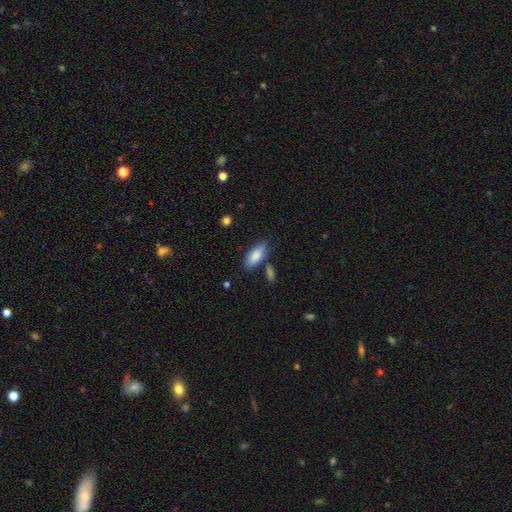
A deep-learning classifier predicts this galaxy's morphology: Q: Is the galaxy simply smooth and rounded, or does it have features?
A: smooth — 85%.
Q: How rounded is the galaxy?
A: in between — 84%.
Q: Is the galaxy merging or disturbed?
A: none — 74%.